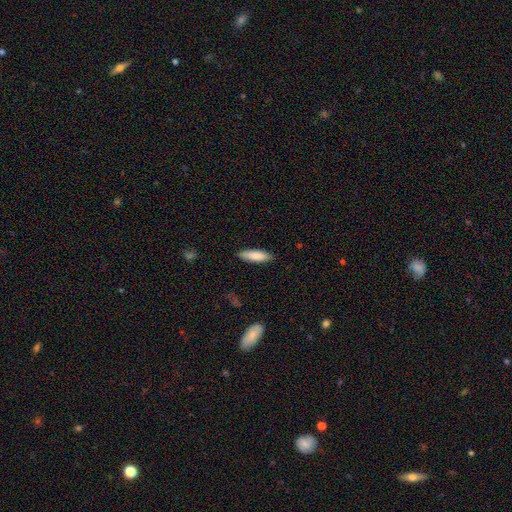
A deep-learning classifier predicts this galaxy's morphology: A smooth galaxy with no disk features (84%) that is cigar-shaped (58%). Merging: none (88%).